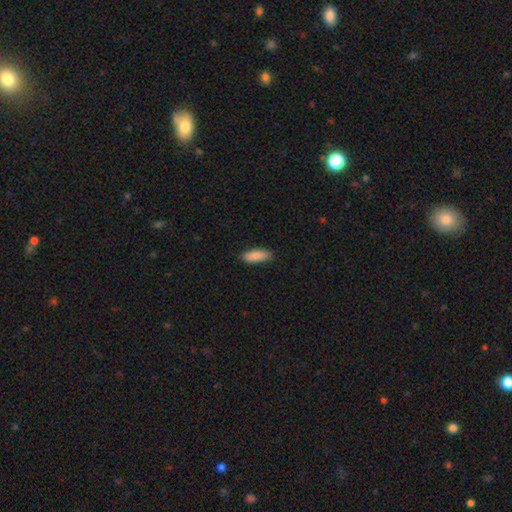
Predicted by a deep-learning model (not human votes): The model was most divided on "how rounded": in between: 61%, cigar-shaped: 37%, round: 2%. More confident: merging — none (89%); smooth or featured — smooth (87%).